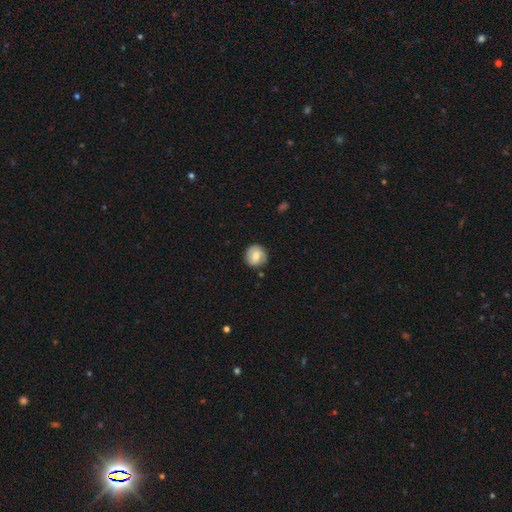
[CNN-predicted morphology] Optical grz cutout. It shows a smooth galaxy with no disk features (71%) that is round (92%). Merging: none (82%).